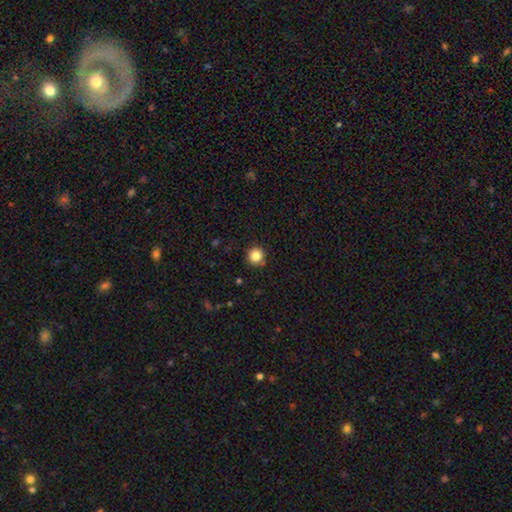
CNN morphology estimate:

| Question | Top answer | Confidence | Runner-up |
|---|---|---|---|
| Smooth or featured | smooth | 85% | star or artifact (11%) |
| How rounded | round | 94% | in between (5%) |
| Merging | none | 89% | minor disturbance (7%) |